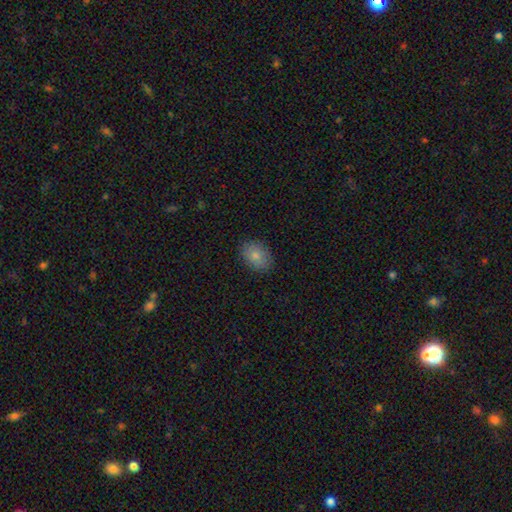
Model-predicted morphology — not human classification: The model was most divided on "how rounded": in between: 72%, round: 27%, cigar-shaped: 1%. More confident: merging — none (87%); smooth or featured — smooth (81%).